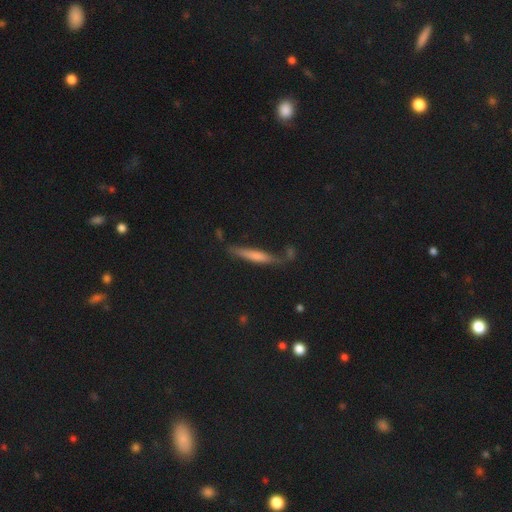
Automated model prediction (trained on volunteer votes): The model was most divided on "smooth or featured": featured or disk: 46%, smooth: 31%, star or artifact: 22%. More confident: merging — none (71%).